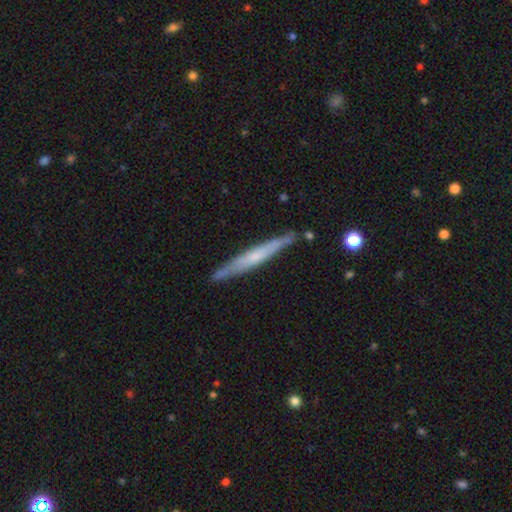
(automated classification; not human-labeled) A featured or disk galaxy (53%) viewed edge-on (94%). Merging: none (85%).